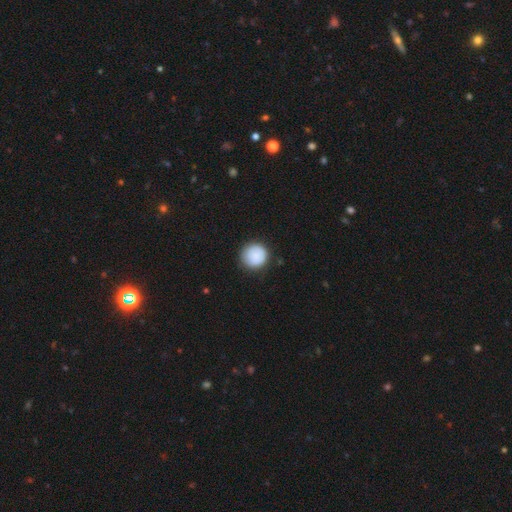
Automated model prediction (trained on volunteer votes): This appears to be a smooth galaxy with no disk features (86%) that is round (95%). Merging: none (86%).